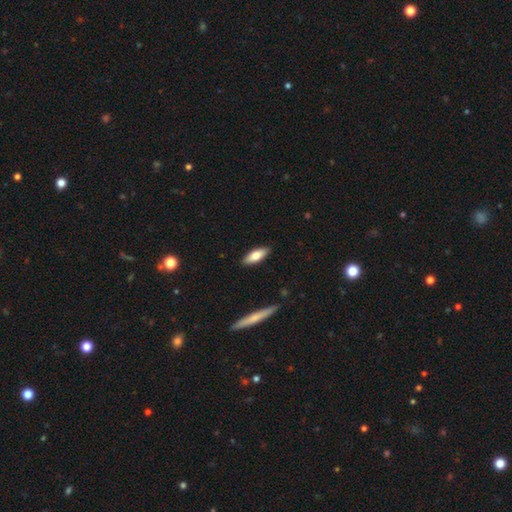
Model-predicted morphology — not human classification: This appears to be a smooth galaxy with no disk features (73%) that is in between round and cigar-shaped (67%). Merging: none (89%).